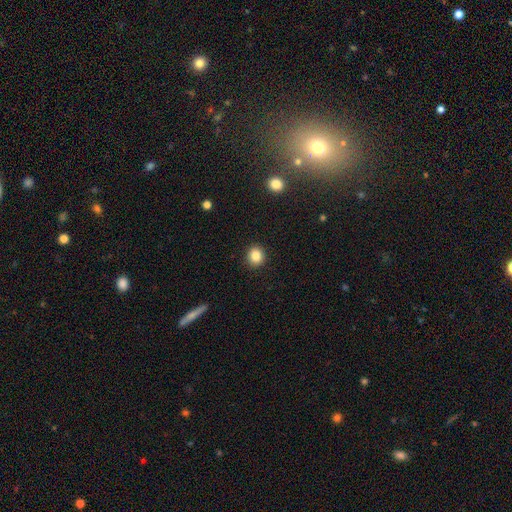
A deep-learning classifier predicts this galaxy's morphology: smooth-or-featured: smooth: 85% | star or artifact: 10% | featured or disk: 5%
  how-rounded: round: 82% | in between: 17% | cigar-shaped: 1%
  merging: none: 91% | minor disturbance: 6% | major disturbance: 2% | merger: 1%